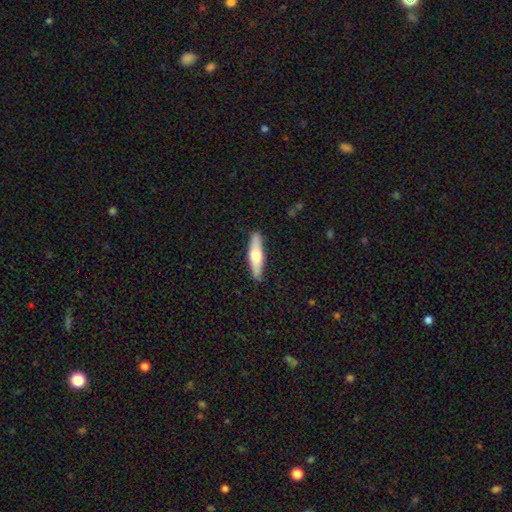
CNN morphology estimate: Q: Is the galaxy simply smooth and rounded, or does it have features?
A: smooth — 54%.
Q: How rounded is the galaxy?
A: cigar-shaped — 76%.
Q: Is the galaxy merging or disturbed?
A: none — 90%.